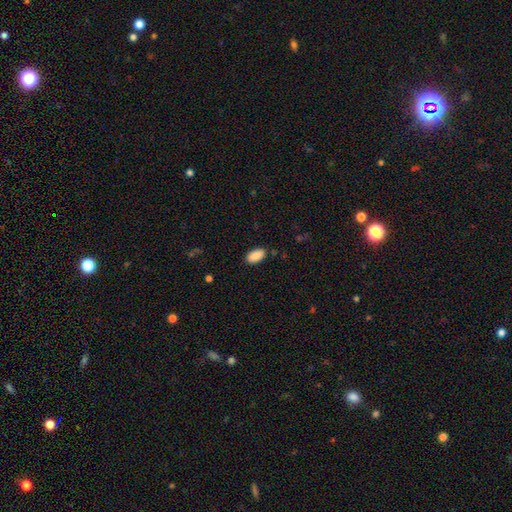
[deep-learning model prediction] This appears to be a smooth galaxy with no disk features (89%) that is in between round and cigar-shaped (94%). Merging: none (87%).